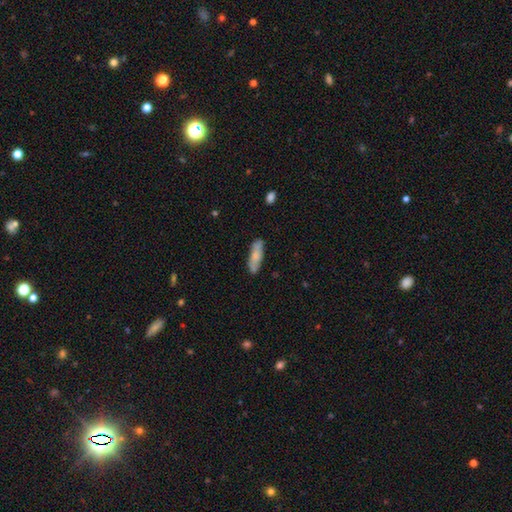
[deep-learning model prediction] smooth-or-featured: smooth: 68% | featured or disk: 25% | star or artifact: 6%
  how-rounded: cigar-shaped: 55% | in between: 43% | round: 2%
  merging: none: 79% | minor disturbance: 16% | major disturbance: 3% | merger: 2%